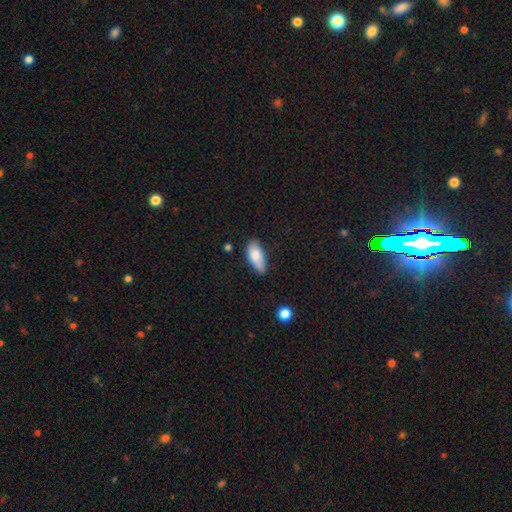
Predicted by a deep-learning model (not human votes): Morphology: type=smooth (83%); roundness=in between (84%); merging=none (69%).